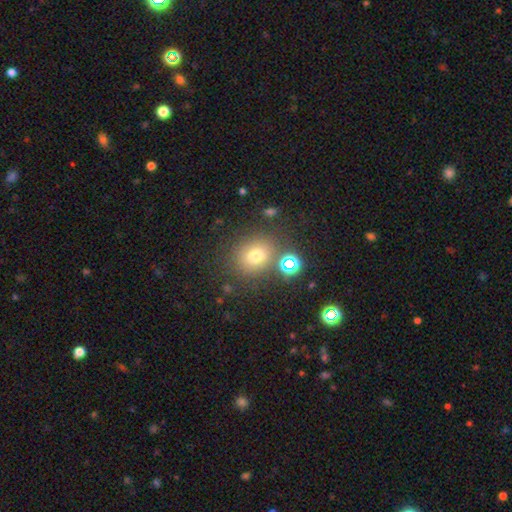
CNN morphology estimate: Q: Smooth or featured?
A: smooth (71%); runner-up: star or artifact (19%)
Q: How rounded?
A: round (75%); runner-up: in between (24%)
Q: Merging?
A: none (76%); runner-up: minor disturbance (11%)